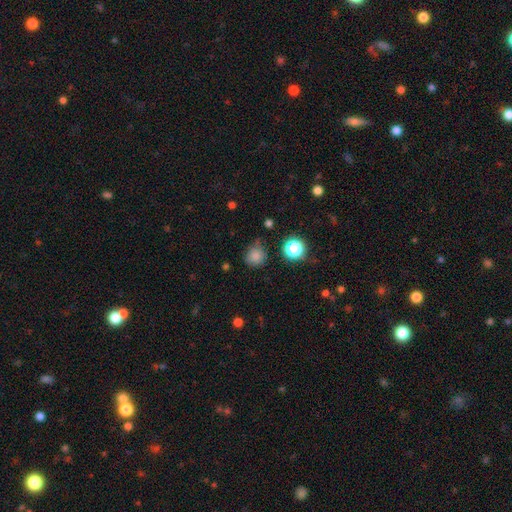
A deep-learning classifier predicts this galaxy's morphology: This appears to be a smooth galaxy with no disk features (78%) that is round (84%). Merging: none (66%).